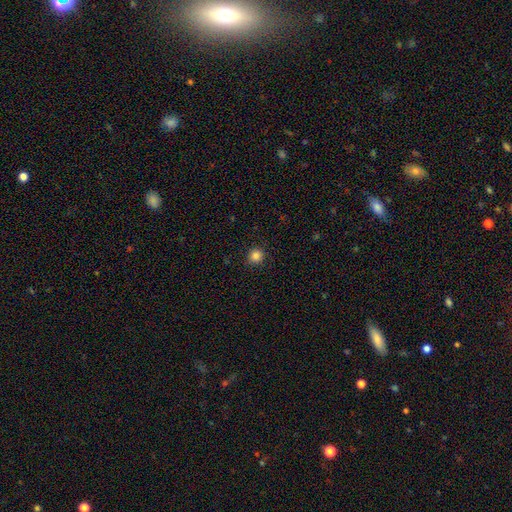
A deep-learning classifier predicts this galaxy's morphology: Smooth or featured? Predicted: smooth (p=0.84). How rounded? Predicted: round (p=0.92). Merging? Predicted: none (p=0.91).